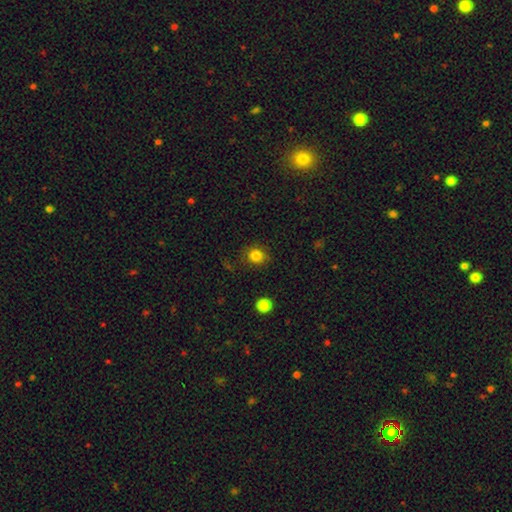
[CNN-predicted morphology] A smooth galaxy with no disk features (82%) that is round (78%). Merging: none (79%).